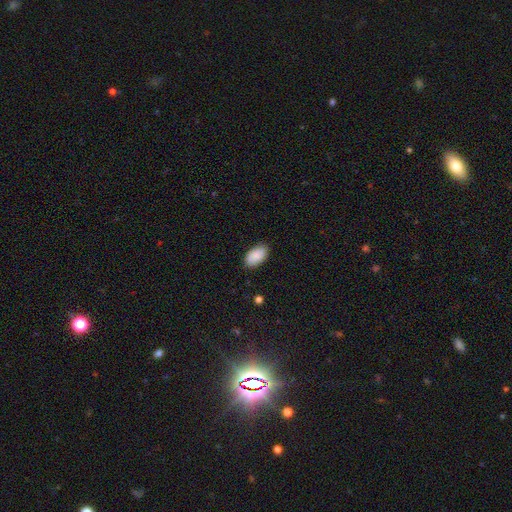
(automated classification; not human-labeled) smooth 90%, star or artifact 6%, featured or disk 4%. Down the decision tree: how rounded — in between (95%); merging — none (85%).